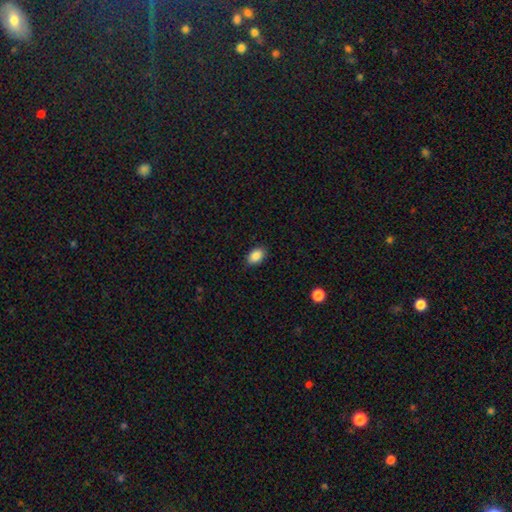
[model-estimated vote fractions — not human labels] This appears to be a smooth galaxy with no disk features (88%) that is in between round and cigar-shaped (86%). Merging: none (87%).